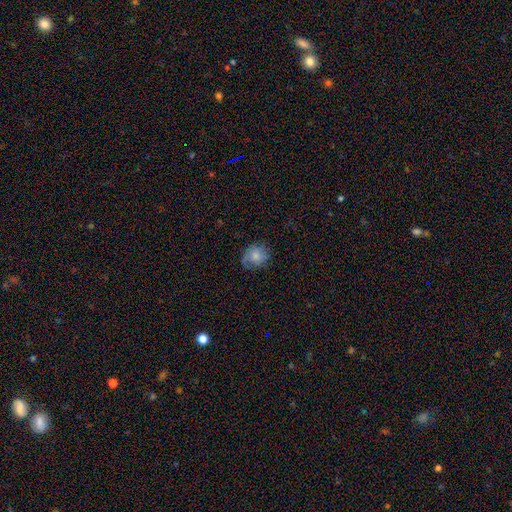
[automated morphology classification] Smooth or featured?
  - smooth: 74% *
  - featured or disk: 17%
  - star or artifact: 9%
How rounded?
  - round: 73% *
  - in between: 26%
  - cigar-shaped: 1%
Merging?
  - none: 68% *
  - minor disturbance: 23%
  - major disturbance: 7%
  - merger: 1%